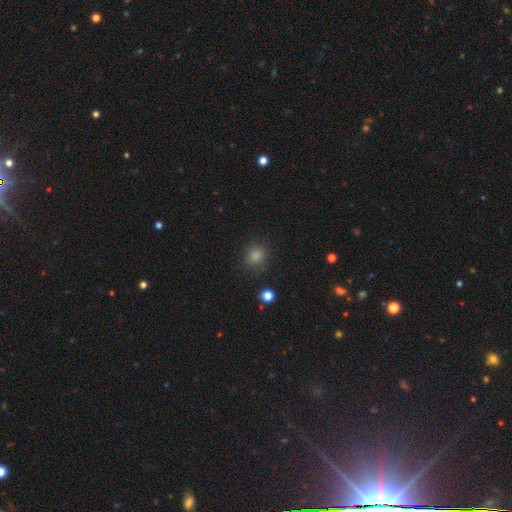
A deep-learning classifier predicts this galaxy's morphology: smooth 76%, star or artifact 19%, featured or disk 5%. Down the decision tree: how rounded — round (82%); merging — none (87%).